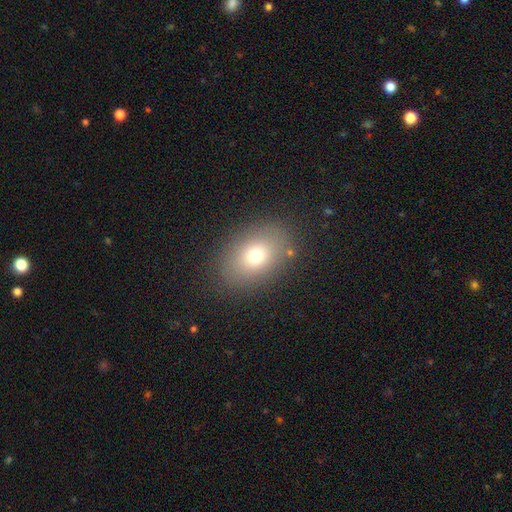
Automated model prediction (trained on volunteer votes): smooth-or-featured: smooth: 72% | featured or disk: 15% | star or artifact: 13%
  how-rounded: in between: 76% | round: 23% | cigar-shaped: 1%
  merging: none: 84% | minor disturbance: 10% | major disturbance: 4% | merger: 2%